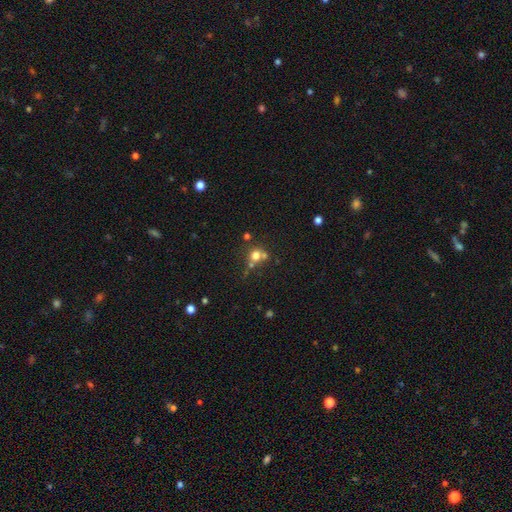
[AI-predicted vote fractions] smooth-or-featured: smooth: 68% | star or artifact: 17% | featured or disk: 15%
  how-rounded: round: 85% | in between: 14% | cigar-shaped: 1%
  merging: none: 46% | merger: 38% | minor disturbance: 9% | major disturbance: 6%